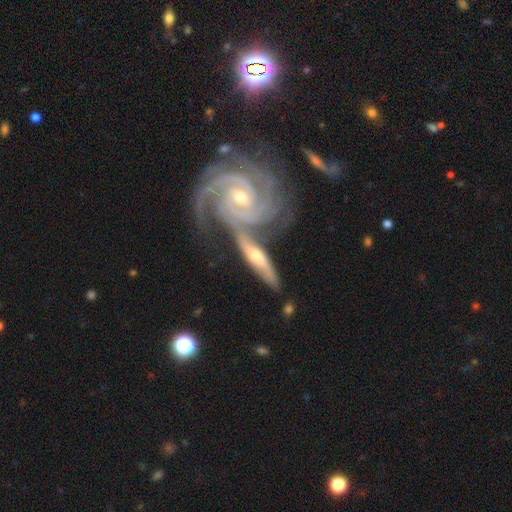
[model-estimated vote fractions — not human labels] Smooth or featured? Predicted: featured or disk (p=0.77). Edge-on disk? Predicted: no (p=0.70). Bar? Predicted: no (p=0.52). Spiral arms? Predicted: yes (p=0.91). Bulge size? Predicted: moderate (p=0.56). Merging? Predicted: merger (p=0.49).